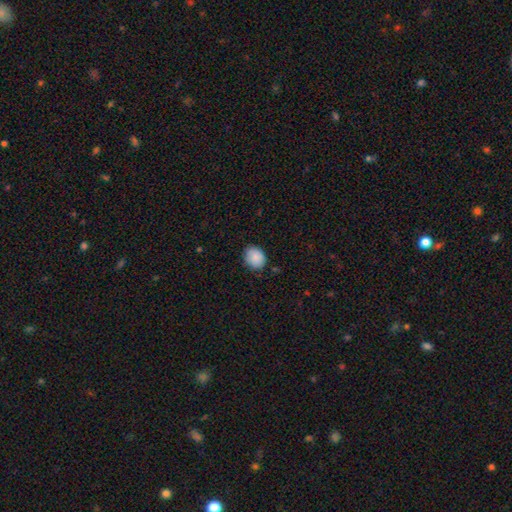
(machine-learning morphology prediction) Smooth or featured?
  - smooth: 88% *
  - star or artifact: 7%
  - featured or disk: 5%
How rounded?
  - round: 50% *
  - in between: 49%
  - cigar-shaped: 1%
Merging?
  - none: 82% *
  - minor disturbance: 14%
  - major disturbance: 2%
  - merger: 1%